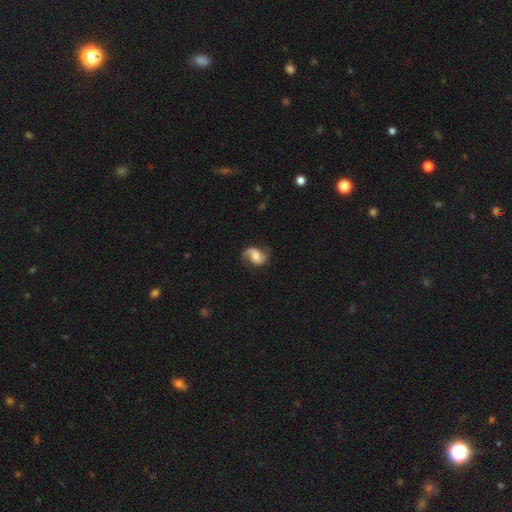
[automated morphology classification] Q: Smooth or featured?
A: featured or disk (76%); runner-up: smooth (17%)
Q: Edge-on disk?
A: no (97%); runner-up: yes (3%)
Q: Bar?
A: no (54%); runner-up: weak (36%)
Q: Spiral arms?
A: yes (95%); runner-up: no (5%)
Q: Spiral winding?
A: loose (50%); runner-up: medium (39%)
Q: Spiral arm count?
A: 2 (88%); runner-up: 1 (6%)
Q: Bulge size?
A: moderate (55%); runner-up: small (22%)
Q: Merging?
A: none (74%); runner-up: minor disturbance (17%)